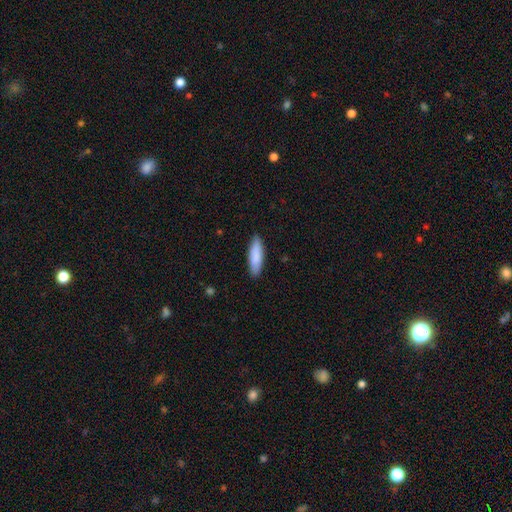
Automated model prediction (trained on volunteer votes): smooth-or-featured: smooth: 86% | featured or disk: 8% | star or artifact: 5%
  how-rounded: cigar-shaped: 58% | in between: 40% | round: 1%
  merging: none: 89% | minor disturbance: 9% | major disturbance: 2% | merger: 1%